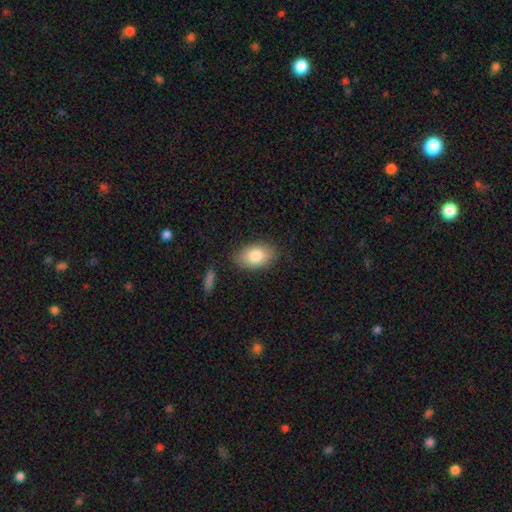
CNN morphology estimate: A smooth galaxy with no disk features (82%) that is in between round and cigar-shaped (90%). Merging: none (83%).